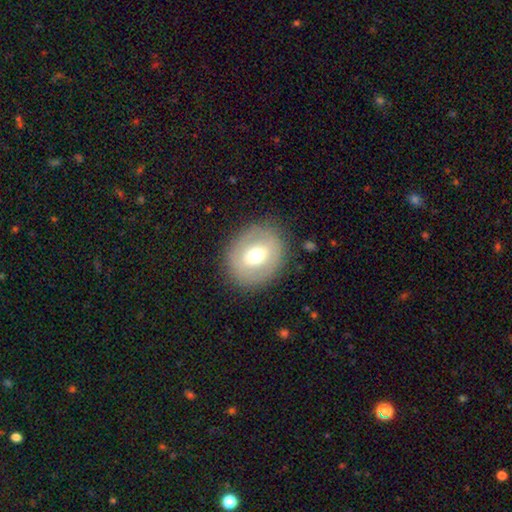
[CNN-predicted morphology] This appears to be a smooth galaxy with no disk features (54%) that is round (69%). Merging: none (83%).